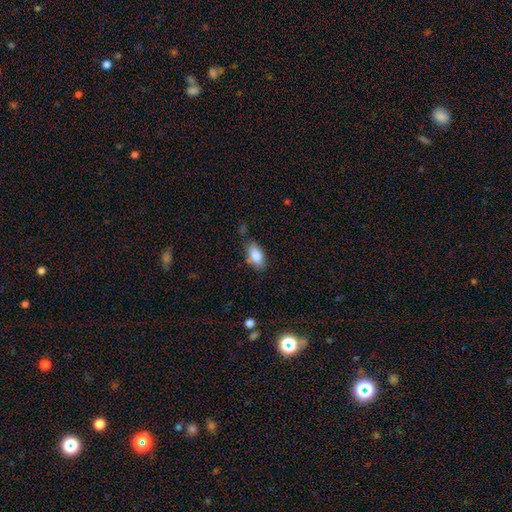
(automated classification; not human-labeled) Overall: smooth (84%). How rounded: in between (90%). Merging: none (72%).